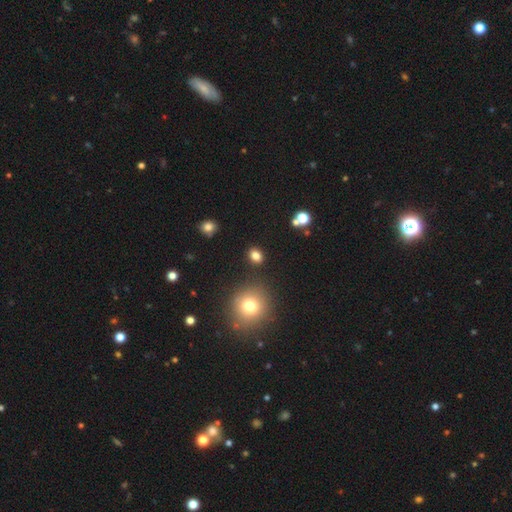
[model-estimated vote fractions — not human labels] Morphology: type=smooth (81%); roundness=in between (50%); merging=none (86%).